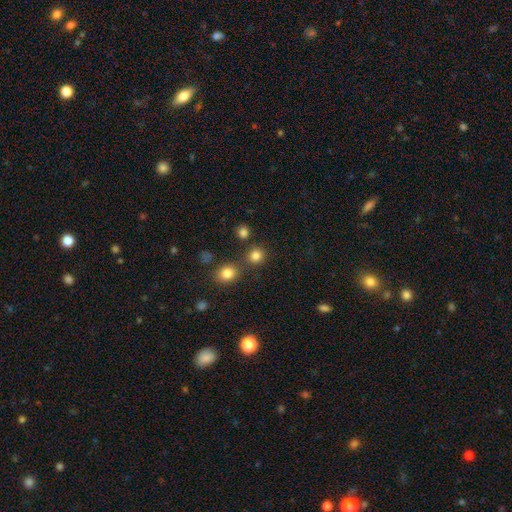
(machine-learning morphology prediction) Overall: smooth (81%). How rounded: round (89%). Merging: none (75%).